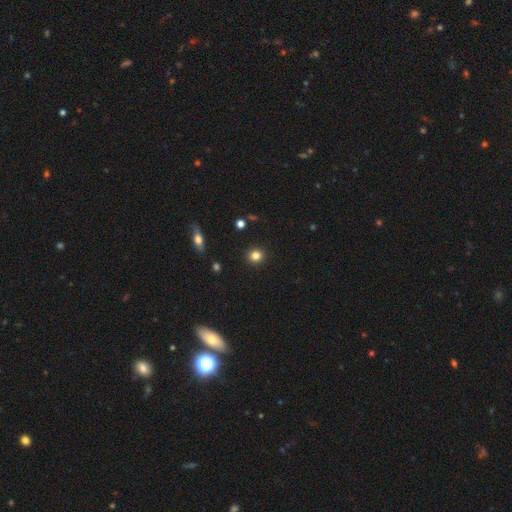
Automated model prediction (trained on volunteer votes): Smooth or featured? Predicted: smooth (p=0.83). How rounded? Predicted: round (p=0.88). Merging? Predicted: none (p=0.92).